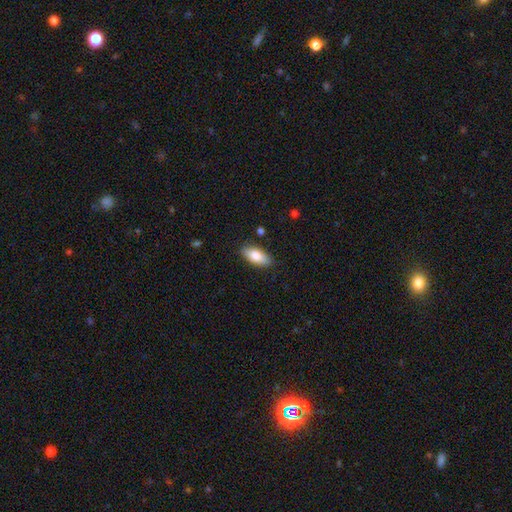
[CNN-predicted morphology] A smooth galaxy with no disk features (83%) that is in between round and cigar-shaped (85%). Merging: none (85%).